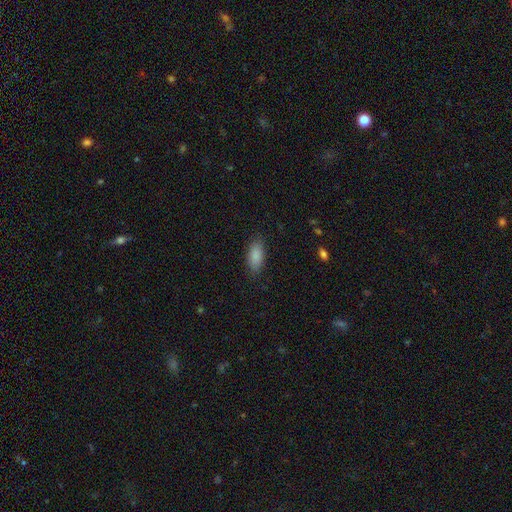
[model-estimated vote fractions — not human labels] A smooth galaxy with no disk features (88%) that is in between round and cigar-shaped (88%).

Vote fractions:
- Smooth or featured? smooth: 88% / star or artifact: 7% / featured or disk: 5%
- How rounded? in between: 88% / cigar-shaped: 9% / round: 2%
- Merging? none: 86% / minor disturbance: 10% / major disturbance: 3% / merger: 1%